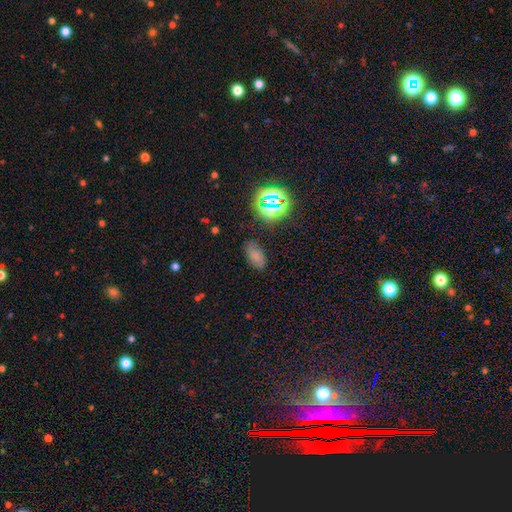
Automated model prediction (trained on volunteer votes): Morphology: type=smooth (63%); roundness=in between (90%); merging=none (75%).